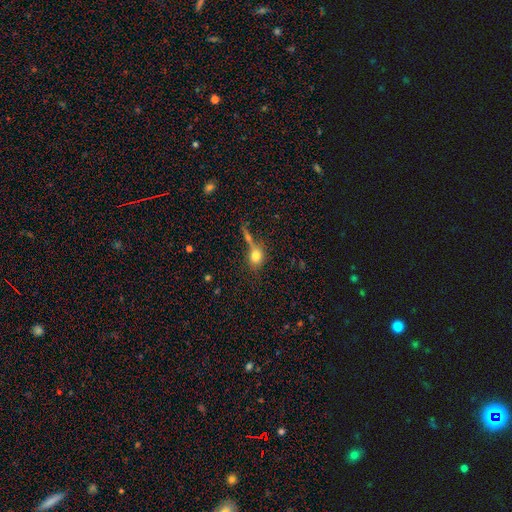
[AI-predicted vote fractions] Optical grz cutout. It shows a smooth galaxy with no disk features (74%) that is round (55%). Merging: none (48%).